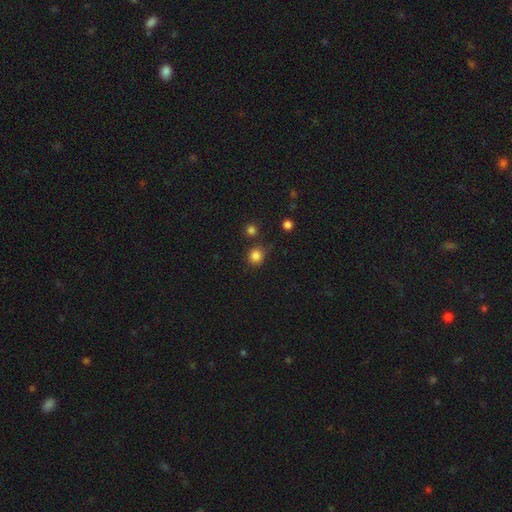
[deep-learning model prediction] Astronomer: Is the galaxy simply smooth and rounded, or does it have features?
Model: smooth — 83%.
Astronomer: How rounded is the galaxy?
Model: round — 85%.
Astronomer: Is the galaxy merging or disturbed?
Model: none — 79%.